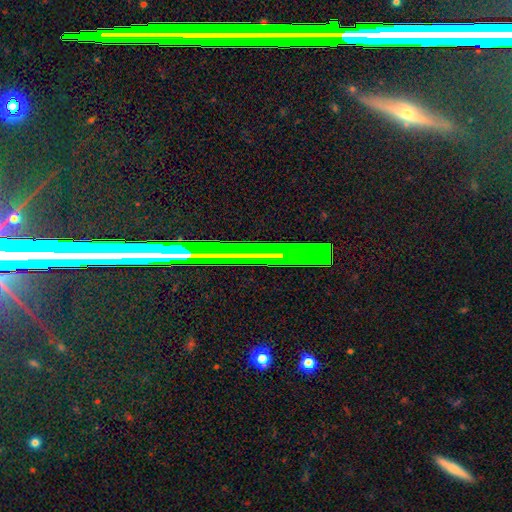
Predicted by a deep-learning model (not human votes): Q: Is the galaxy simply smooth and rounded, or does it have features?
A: star or artifact — 56%.